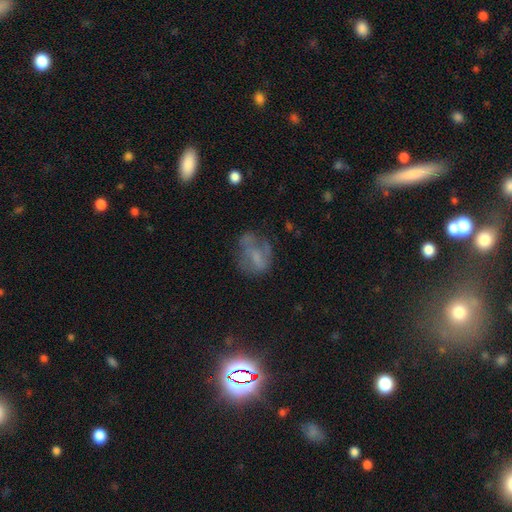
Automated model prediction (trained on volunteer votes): A featured or disk galaxy (41%, tied with smooth).

Vote fractions:
- Smooth or featured? featured or disk: 41% (tied) / smooth: 41% (tied) / star or artifact: 18%
- Merging? none: 46% / major disturbance: 26% / minor disturbance: 23% / merger: 5%